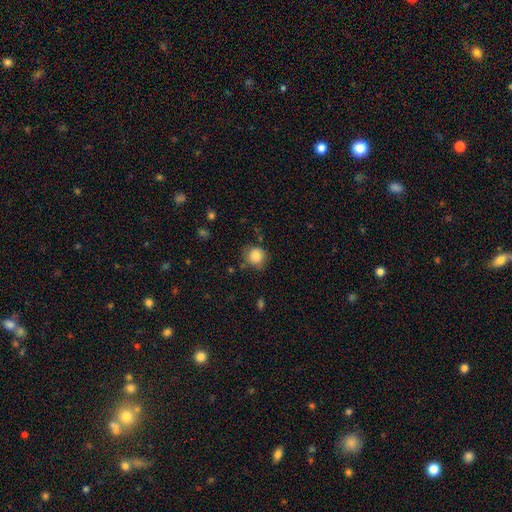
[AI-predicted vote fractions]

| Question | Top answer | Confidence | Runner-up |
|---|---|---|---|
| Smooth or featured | smooth | 83% | star or artifact (10%) |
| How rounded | round | 89% | in between (10%) |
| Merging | none | 74% | minor disturbance (19%) |